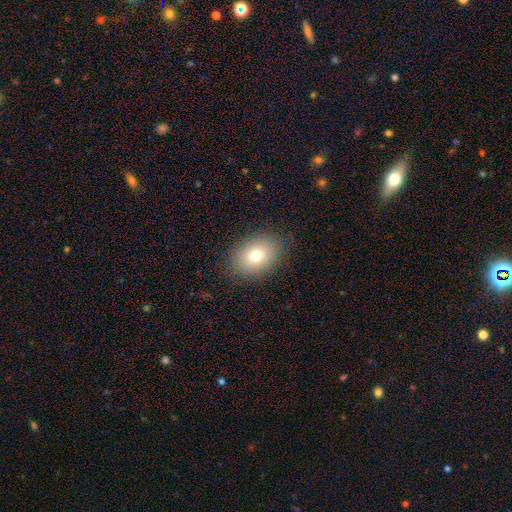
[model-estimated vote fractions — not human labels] smooth 76%, featured or disk 13%, star or artifact 11%. Down the decision tree: how rounded — in between (72%); merging — none (86%).